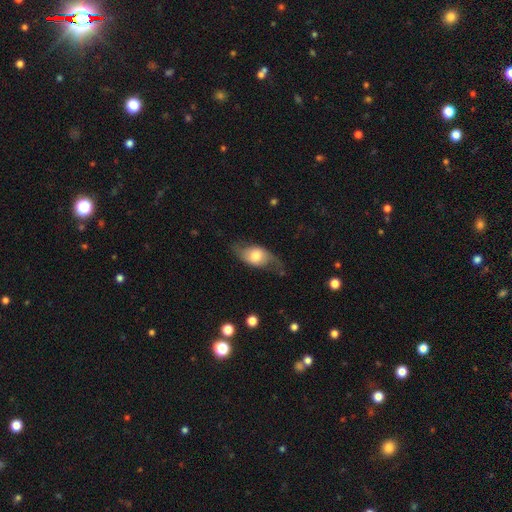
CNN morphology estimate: This appears to be a featured or disk galaxy (48%). Merging: none (57%).